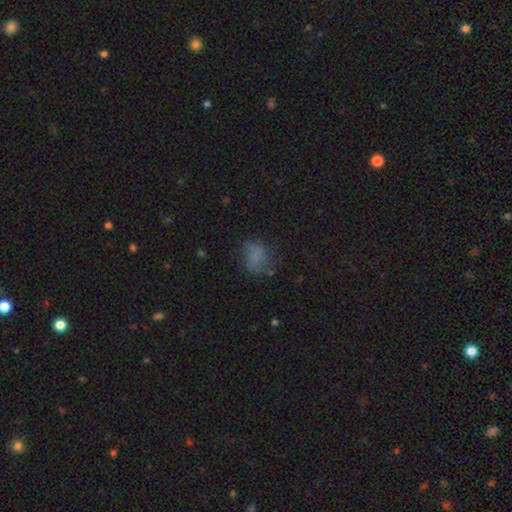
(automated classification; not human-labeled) Overall: smooth (59%; featured or disk 24%). How rounded: in between (60%; round 38%). Merging: none (49%; minor disturbance 27%).